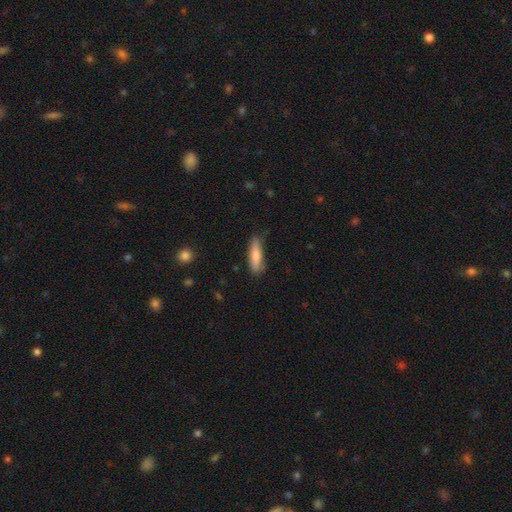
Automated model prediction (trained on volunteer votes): smooth-or-featured: smooth: 78% | featured or disk: 16% | star or artifact: 6%
  how-rounded: cigar-shaped: 66% | in between: 33% | round: 2%
  merging: none: 80% | minor disturbance: 16% | major disturbance: 3% | merger: 1%